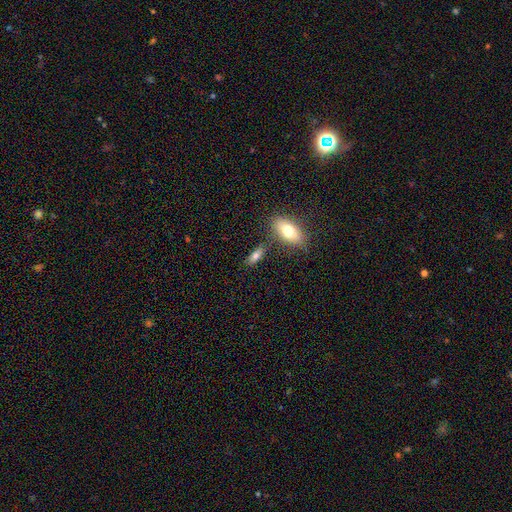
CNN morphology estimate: Smooth or featured? smooth (75%)
How rounded? in between (76%)
Merging? none (72%)